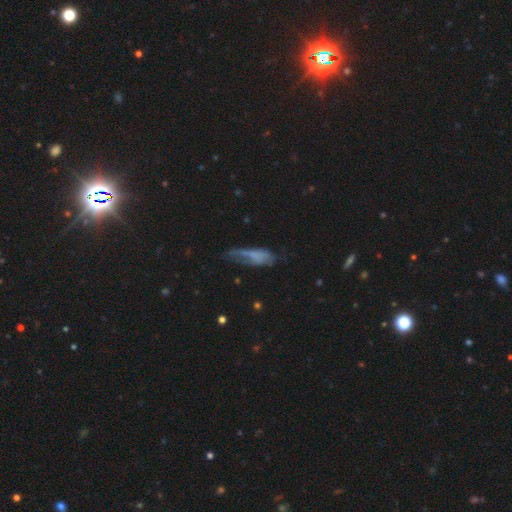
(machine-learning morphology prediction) This is possibly a smooth galaxy (53%). How rounded: possibly in between (56%). Merging: marginally major disturbance (37%).